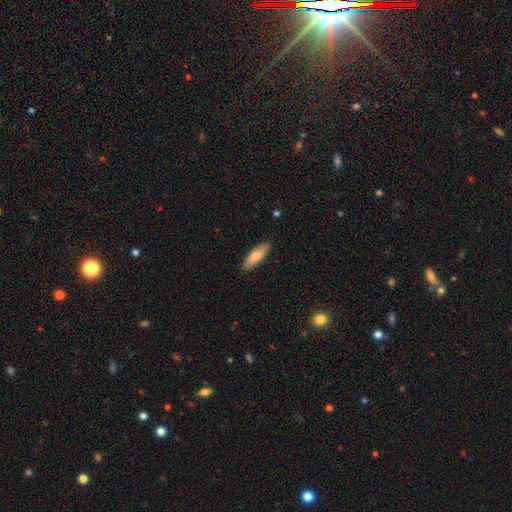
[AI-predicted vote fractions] This is likely a smooth galaxy (74%). How rounded: possibly in between (49%, tied with cigar-shaped). Merging: clearly none (89%).